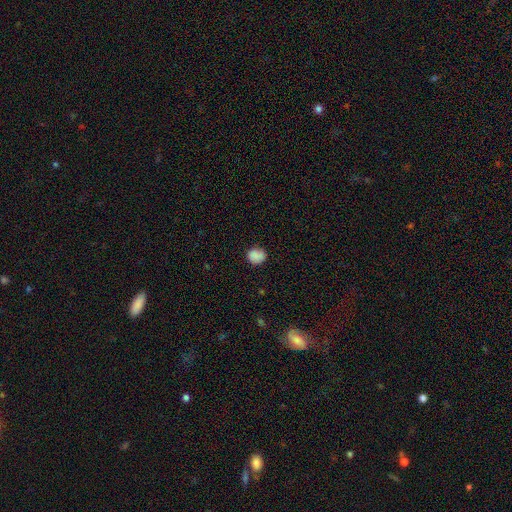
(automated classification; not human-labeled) This is clearly a smooth galaxy (86%). How rounded: likely round (71%). Merging: clearly none (80%).